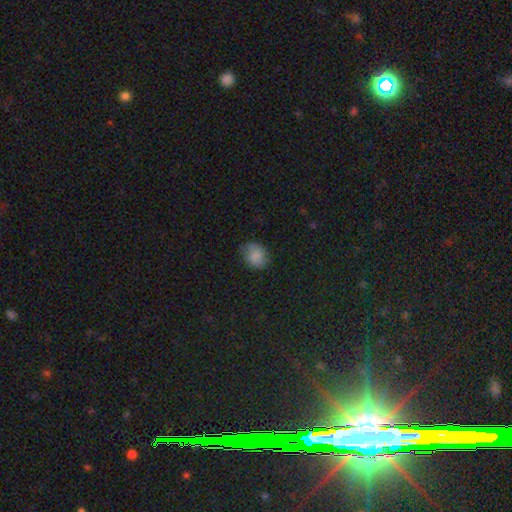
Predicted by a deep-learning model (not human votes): The model was most divided on "how rounded": round: 60%, in between: 39%, cigar-shaped: 1%. More confident: smooth or featured — smooth (77%); merging — none (73%).